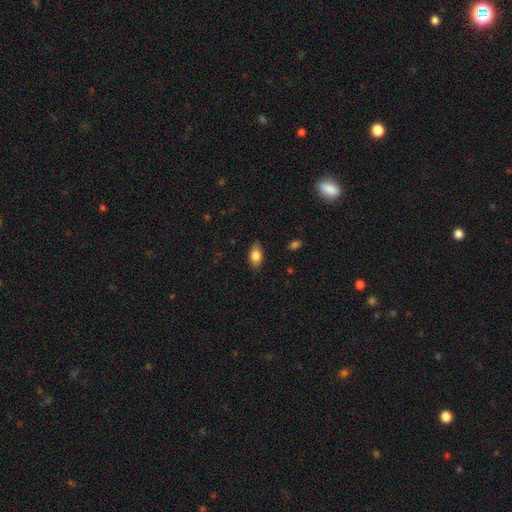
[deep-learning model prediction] Morphology: type=smooth (83%); roundness=in between (91%); merging=none (85%).